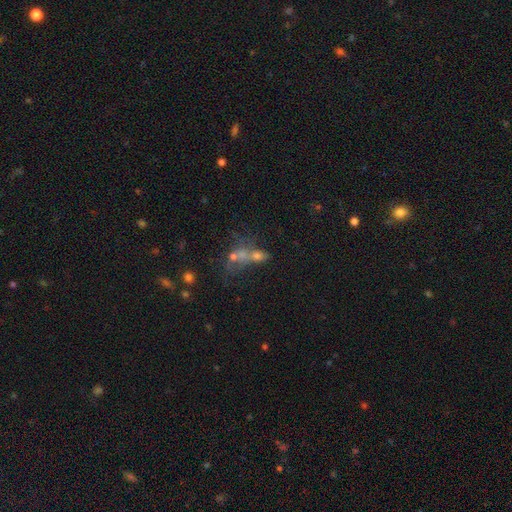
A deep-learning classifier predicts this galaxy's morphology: A smooth galaxy with no disk features (41%).

Vote fractions:
- Smooth or featured? smooth: 41% / featured or disk: 30% / star or artifact: 29%
- Merging? merger: 54% / none: 25% / major disturbance: 12% / minor disturbance: 9%